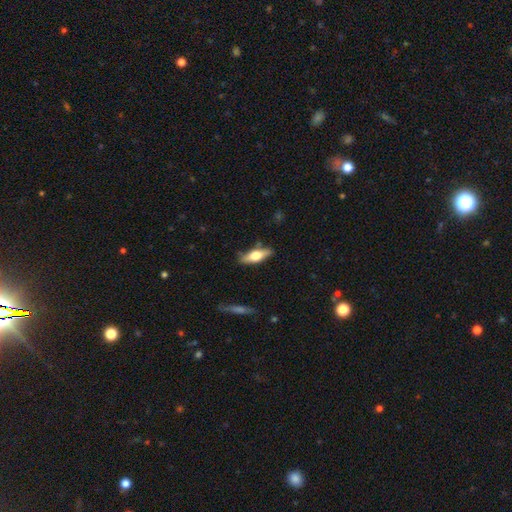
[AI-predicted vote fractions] smooth_or_featured: smooth (p=0.53) [alt: featured or disk p=0.41]
how_rounded: in between (p=0.55) [alt: cigar-shaped p=0.42]
merging: none (p=0.82) [alt: minor disturbance p=0.13]